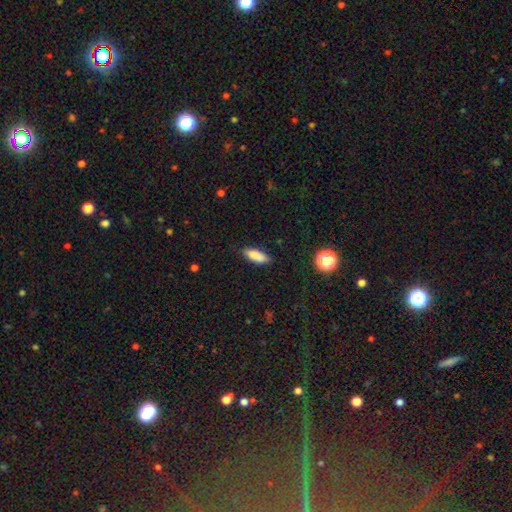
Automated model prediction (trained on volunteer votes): smooth 85%, star or artifact 8%, featured or disk 7%. Down the decision tree: how rounded — in between (65%); merging — none (82%).